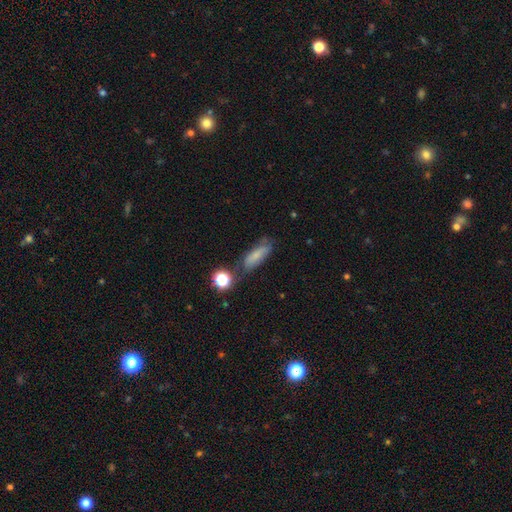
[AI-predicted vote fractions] Overall: smooth (65%). How rounded: in between (58%; cigar-shaped 38%). Merging: none (63%).